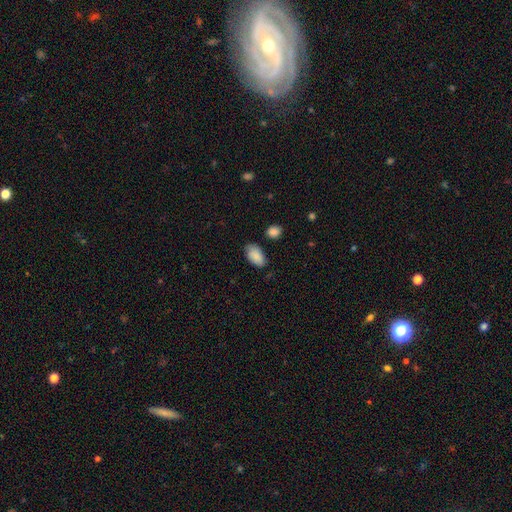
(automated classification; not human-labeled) smooth_or_featured: smooth (p=0.88) [alt: star or artifact p=0.07]
how_rounded: in between (p=0.94) [alt: round p=0.04]
merging: none (p=0.75) [alt: minor disturbance p=0.18]